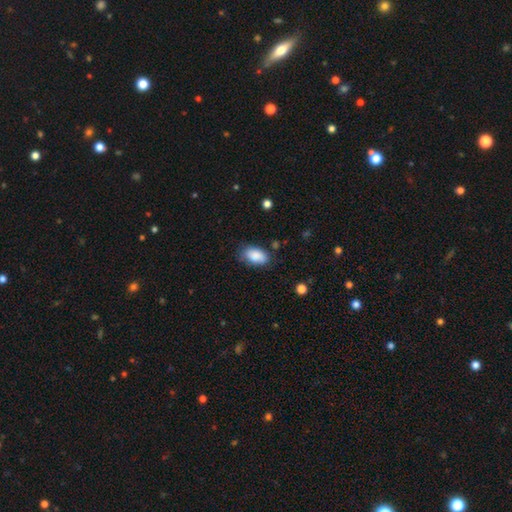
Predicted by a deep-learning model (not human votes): smooth_or_featured: smooth (p=0.87) [alt: star or artifact p=0.07]
how_rounded: in between (p=0.93) [alt: round p=0.05]
merging: none (p=0.73) [alt: minor disturbance p=0.20]